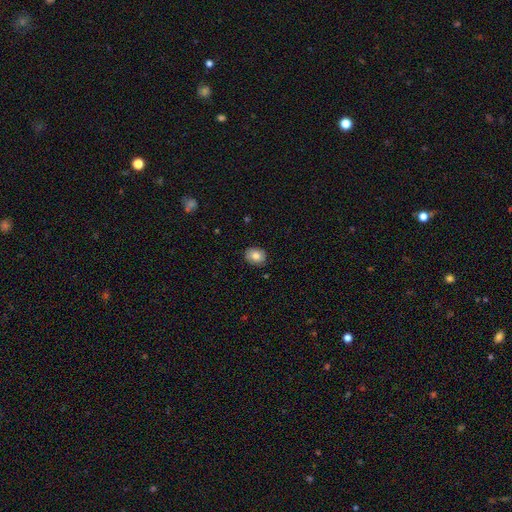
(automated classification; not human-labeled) Smooth or featured? smooth (81%)
How rounded? in between (57%)
Merging? none (86%)